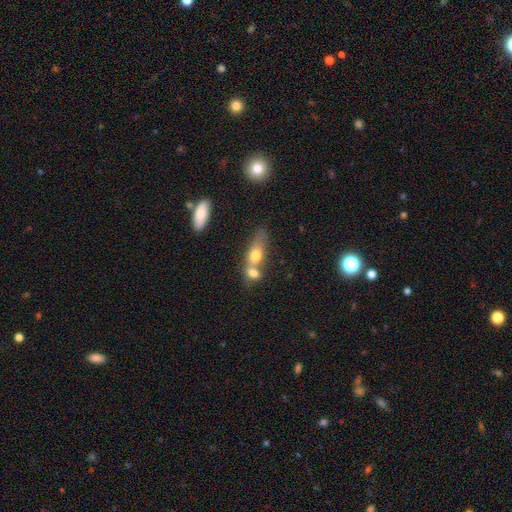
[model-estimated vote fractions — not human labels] Morphology: type=smooth (67%); roundness=in between (62%); merging=merger (64%).